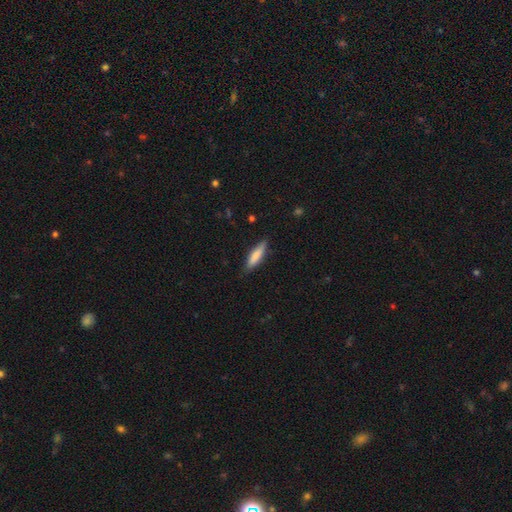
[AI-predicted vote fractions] smooth 76%, featured or disk 18%, star or artifact 6%. Down the decision tree: how rounded — cigar-shaped (70%); merging — none (82%).